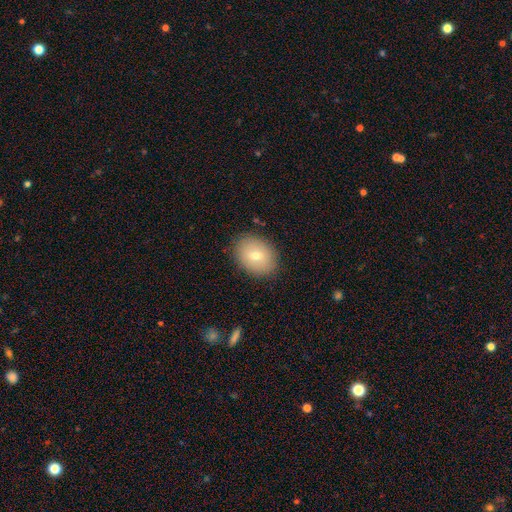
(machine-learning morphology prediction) smooth 72%, featured or disk 19%, star or artifact 9%. Down the decision tree: how rounded — in between (66%); merging — none (87%).